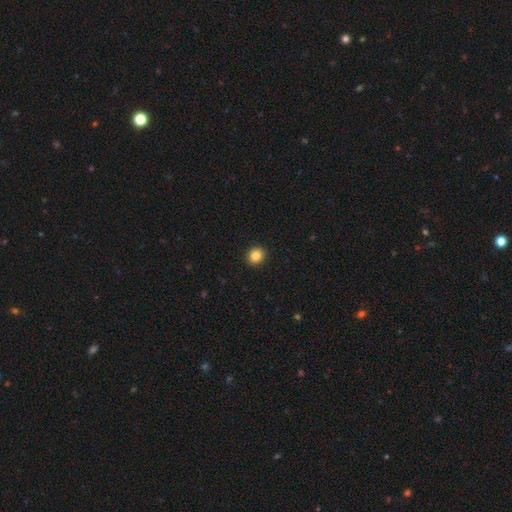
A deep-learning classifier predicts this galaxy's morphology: This appears to be a smooth galaxy with no disk features (84%) that is round (83%). Merging: none (93%).